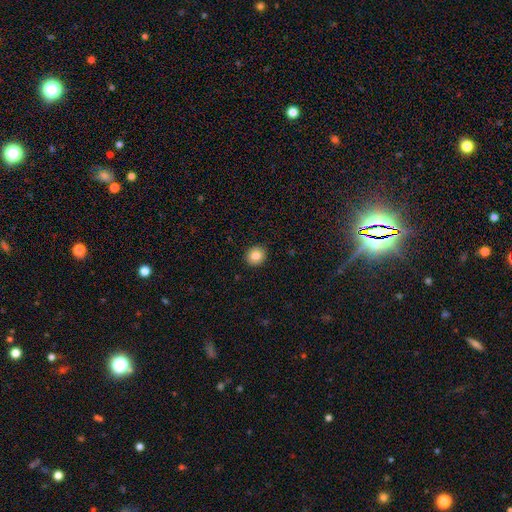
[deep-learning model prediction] smooth 84%, star or artifact 9%, featured or disk 7%. Down the decision tree: how rounded — round (84%); merging — none (91%).